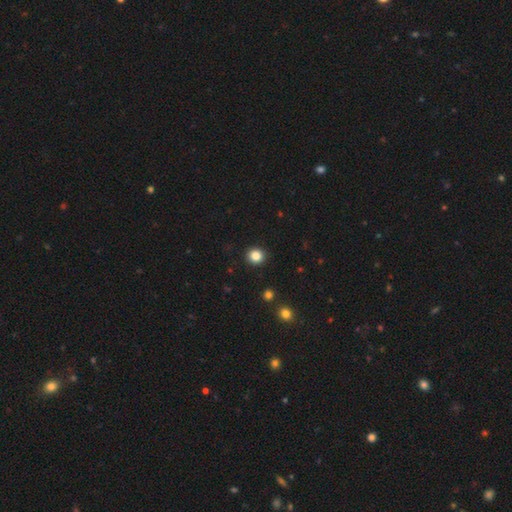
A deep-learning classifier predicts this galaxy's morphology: smooth_or_featured: smooth (p=0.85) [alt: star or artifact p=0.11]
how_rounded: round (p=0.89) [alt: in between p=0.10]
merging: none (p=0.92) [alt: minor disturbance p=0.05]